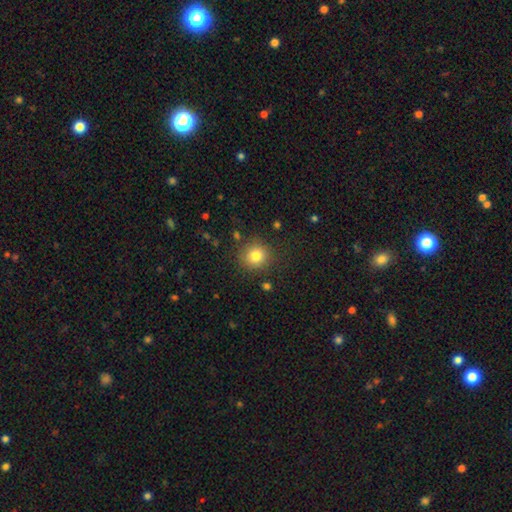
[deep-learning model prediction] Q: Smooth or featured?
A: smooth (81%); runner-up: star or artifact (12%)
Q: How rounded?
A: round (90%); runner-up: in between (9%)
Q: Merging?
A: none (86%); runner-up: minor disturbance (9%)